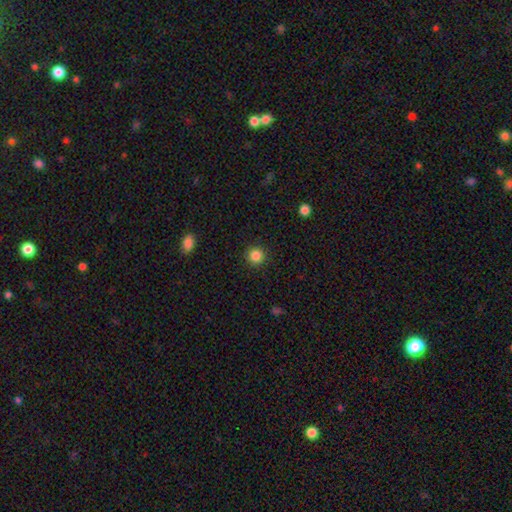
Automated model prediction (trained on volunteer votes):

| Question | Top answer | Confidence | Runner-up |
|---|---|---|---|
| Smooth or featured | smooth | 86% | star or artifact (11%) |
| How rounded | round | 95% | in between (4%) |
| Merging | none | 92% | minor disturbance (5%) |